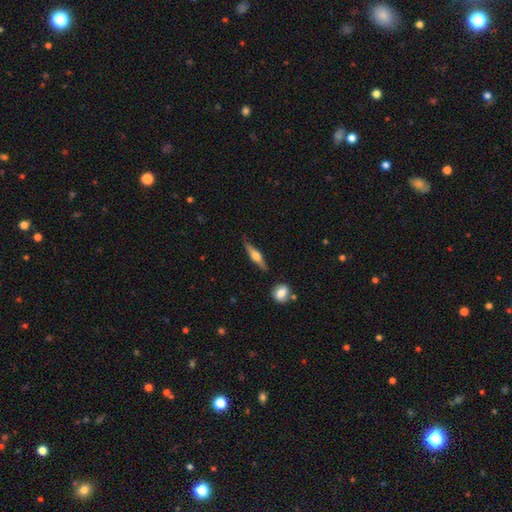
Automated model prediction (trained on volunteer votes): smooth_or_featured: featured or disk (p=0.66) [alt: smooth p=0.28]
disk_edge_on: yes (p=0.96) [alt: no p=0.04]
edge_on_bulge: rounded (p=0.92) [alt: boxy p=0.06]
merging: none (p=0.83) [alt: minor disturbance p=0.11]